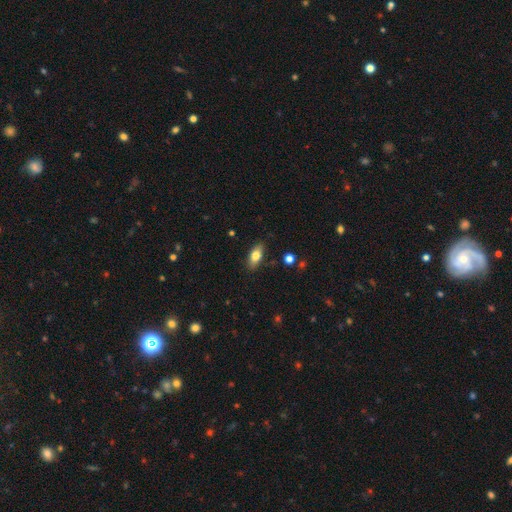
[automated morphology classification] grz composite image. It shows a smooth galaxy with no disk features (78%) that is in between round and cigar-shaped (85%). Merging: none (85%).